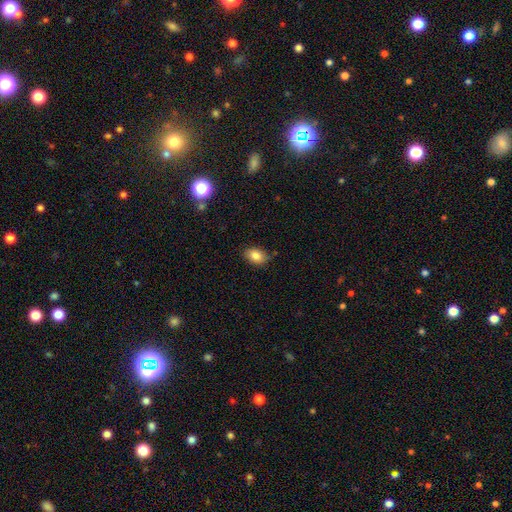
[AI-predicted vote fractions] Smooth or featured? Predicted: smooth (p=0.85). How rounded? Predicted: in between (p=0.82). Merging? Predicted: none (p=0.81).